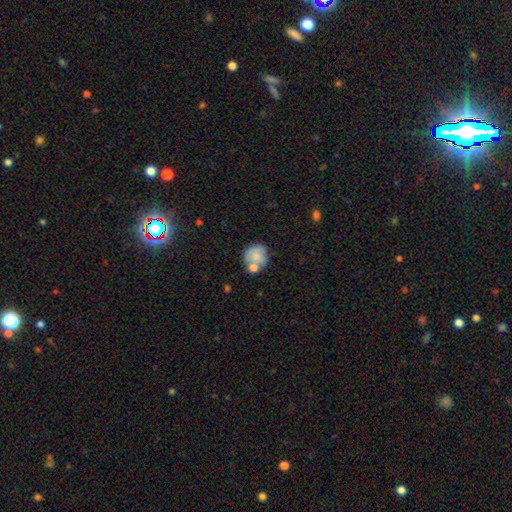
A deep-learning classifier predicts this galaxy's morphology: smooth-or-featured: smooth: 69% | featured or disk: 23% | star or artifact: 8%
  how-rounded: round: 81% | in between: 18% | cigar-shaped: 1%
  merging: none: 51% | merger: 24% | minor disturbance: 18% | major disturbance: 7%